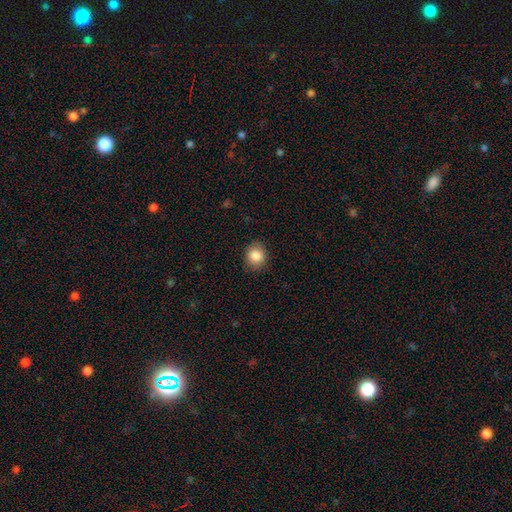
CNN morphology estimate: smooth 86%, star or artifact 9%, featured or disk 5%. Down the decision tree: how rounded — round (73%); merging — none (87%).